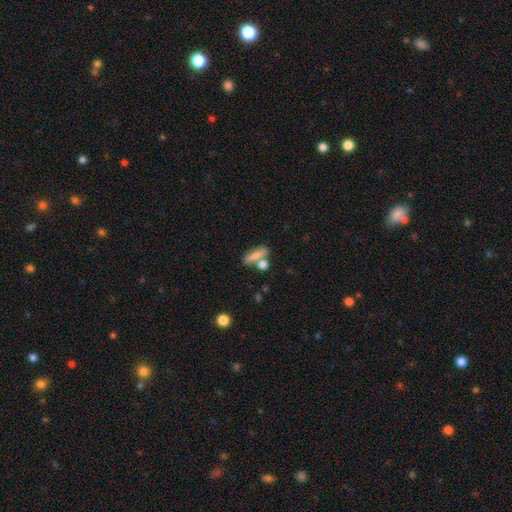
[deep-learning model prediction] Smooth or featured? smooth (74%)
How rounded? cigar-shaped (52%)
Merging? none (56%)